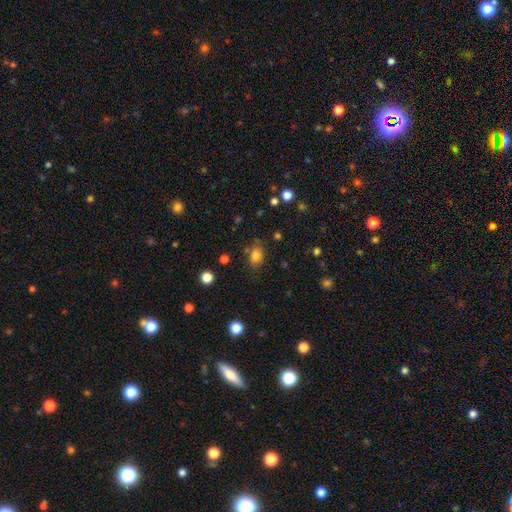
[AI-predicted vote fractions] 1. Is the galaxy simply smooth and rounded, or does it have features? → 79% smooth, 13% star or artifact, 8% featured or disk.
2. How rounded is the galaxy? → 64% in between, 35% round, 1% cigar-shaped.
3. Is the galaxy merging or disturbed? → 75% none, 15% minor disturbance, 5% merger, 4% major disturbance.